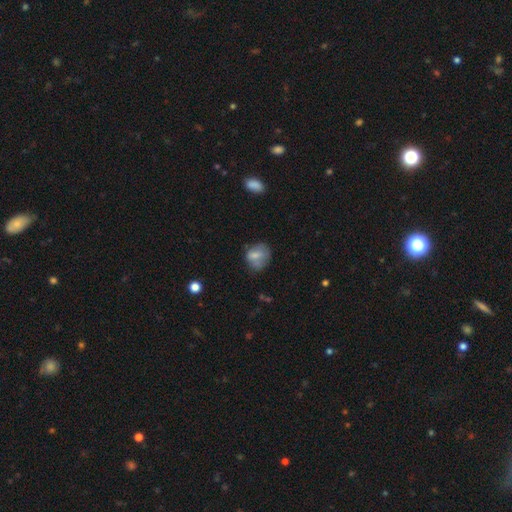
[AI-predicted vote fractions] Overall: smooth (69%). How rounded: round (52%; in between 47%). Merging: none (52%; minor disturbance 29%).